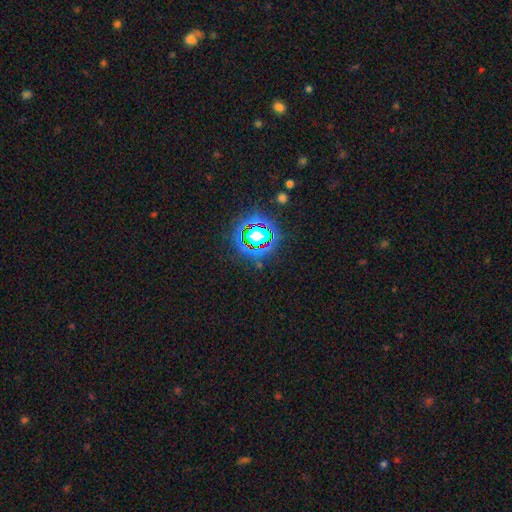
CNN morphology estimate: smooth-or-featured: star or artifact: 78% | smooth: 14% | featured or disk: 9%